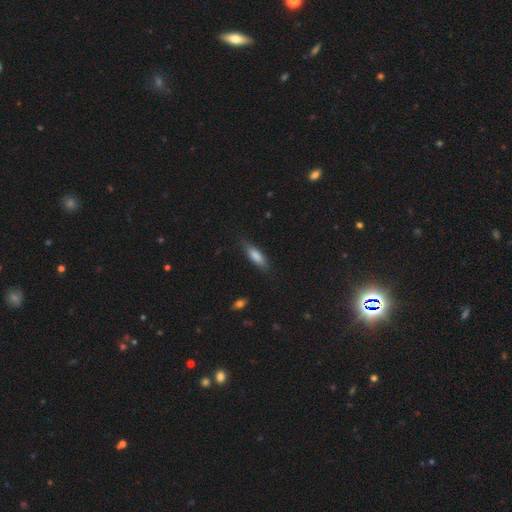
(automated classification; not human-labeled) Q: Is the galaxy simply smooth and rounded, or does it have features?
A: smooth — 79%.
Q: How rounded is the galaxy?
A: cigar-shaped — 52%.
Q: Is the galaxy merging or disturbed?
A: none — 82%.